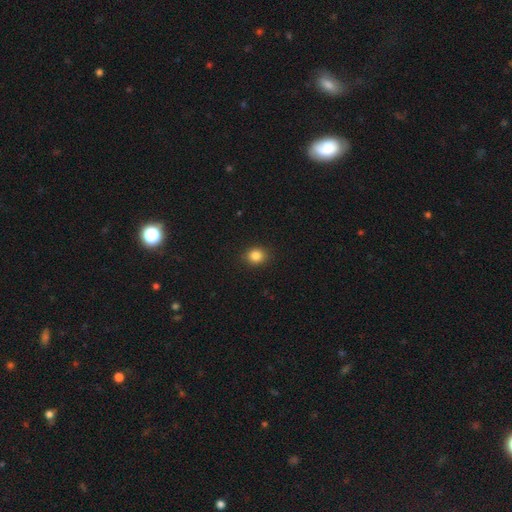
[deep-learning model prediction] Smooth or featured?
  - smooth: 85% *
  - star or artifact: 11%
  - featured or disk: 5%
How rounded?
  - round: 70% *
  - in between: 29%
  - cigar-shaped: 1%
Merging?
  - none: 90% *
  - minor disturbance: 7%
  - major disturbance: 2%
  - merger: 1%